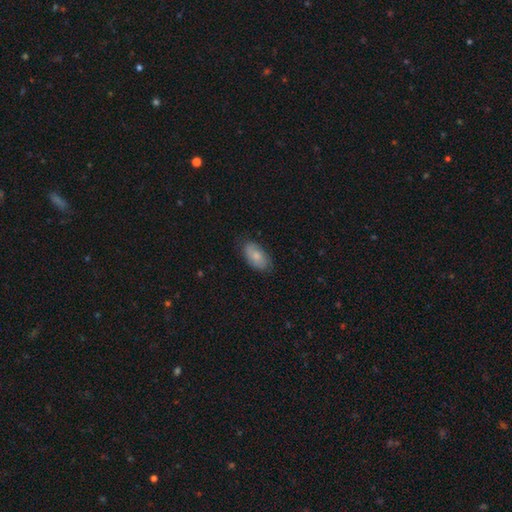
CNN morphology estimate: A smooth galaxy with no disk features (73%) that is in between round and cigar-shaped (93%). Merging: none (76%).